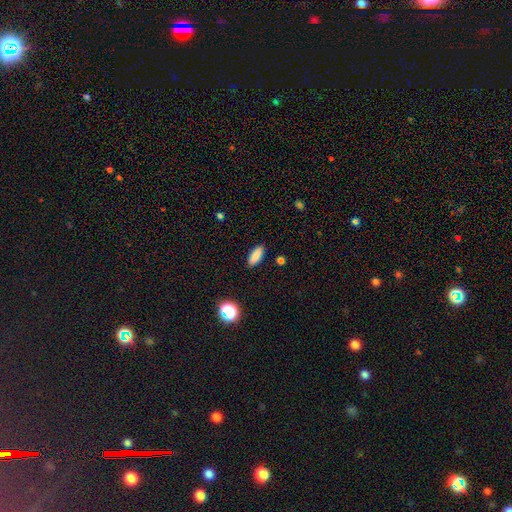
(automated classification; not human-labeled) Smooth or featured?
  - smooth: 86% *
  - star or artifact: 8%
  - featured or disk: 6%
How rounded?
  - in between: 77% *
  - cigar-shaped: 20%
  - round: 3%
Merging?
  - none: 88% *
  - minor disturbance: 8%
  - major disturbance: 2%
  - merger: 1%